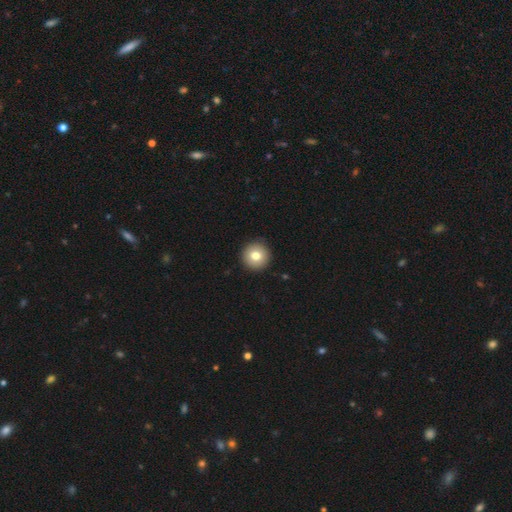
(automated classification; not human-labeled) Overall: smooth (78%). How rounded: round (96%). Merging: none (93%).